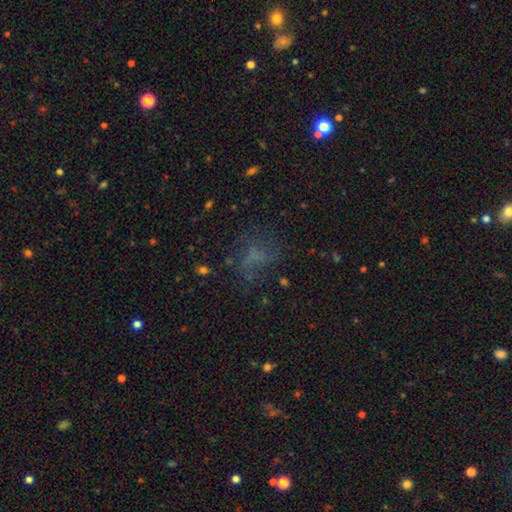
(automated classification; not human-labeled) Smooth or featured?
  - smooth: 44% *
  - featured or disk: 29%
  - star or artifact: 27%
Merging?
  - none: 48% *
  - major disturbance: 29%
  - minor disturbance: 19%
  - merger: 3%